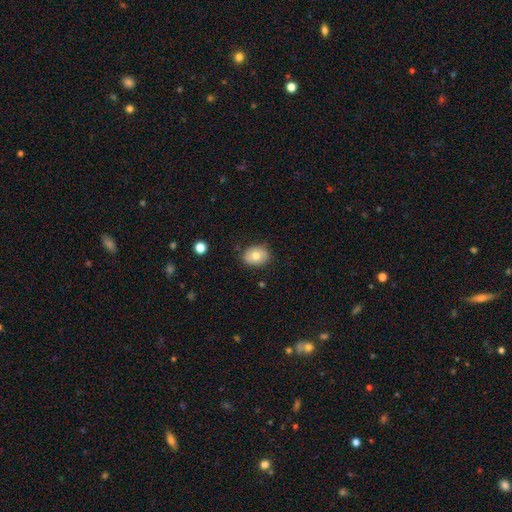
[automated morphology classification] Smooth or featured?
  - smooth: 71% *
  - featured or disk: 20%
  - star or artifact: 9%
How rounded?
  - in between: 53% *
  - round: 47%
  - cigar-shaped: 1%
Merging?
  - none: 80% *
  - minor disturbance: 15%
  - major disturbance: 3%
  - merger: 1%